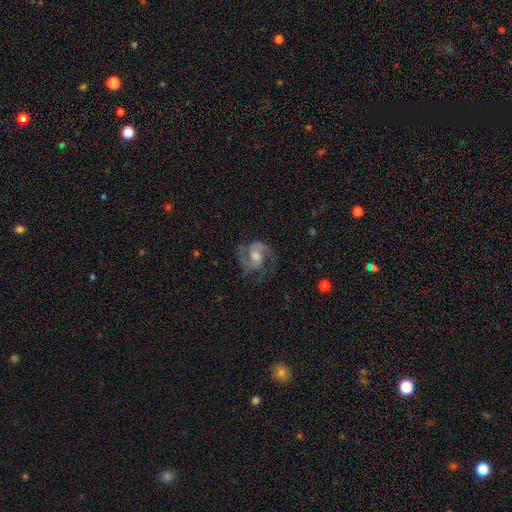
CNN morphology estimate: smooth_or_featured: featured or disk (p=0.84) [alt: smooth p=0.09]
disk_edge_on: no (p=0.98) [alt: yes p=0.02]
bar: no (p=0.48) [alt: weak p=0.41]
has_spiral_arms: yes (p=0.96) [alt: no p=0.04]
spiral_winding: medium (p=0.55) [alt: tight p=0.27]
spiral_arm_count: 2 (p=0.74) [alt: 3 p=0.11]
bulge_size: moderate (p=0.55) [alt: small p=0.26]
merging: none (p=0.70) [alt: minor disturbance p=0.17]